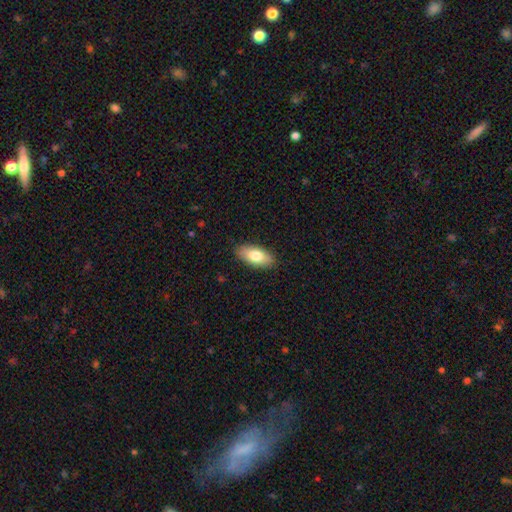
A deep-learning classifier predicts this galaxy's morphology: type=smooth (79%); roundness=in between (88%); merging=none (88%).